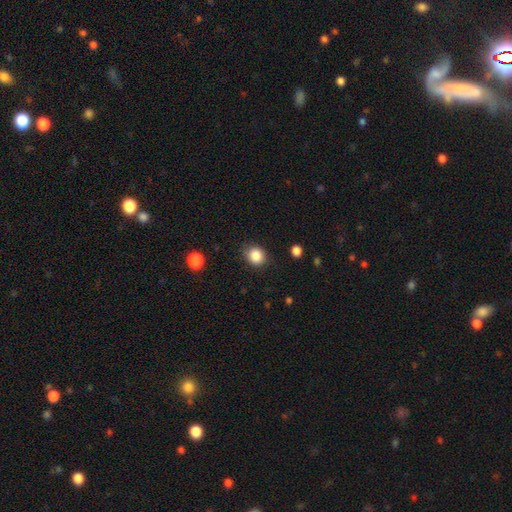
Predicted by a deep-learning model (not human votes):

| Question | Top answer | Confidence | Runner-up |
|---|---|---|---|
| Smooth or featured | smooth | 86% | star or artifact (10%) |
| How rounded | round | 71% | in between (28%) |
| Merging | none | 82% | minor disturbance (13%) |